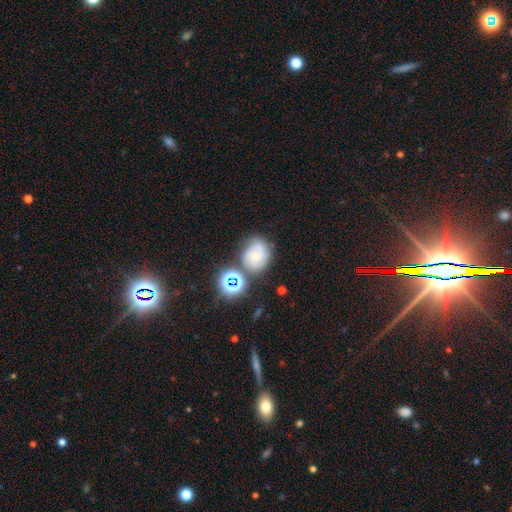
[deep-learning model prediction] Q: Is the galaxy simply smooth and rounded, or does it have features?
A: featured or disk — 47%.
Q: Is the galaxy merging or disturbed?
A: none — 59%.